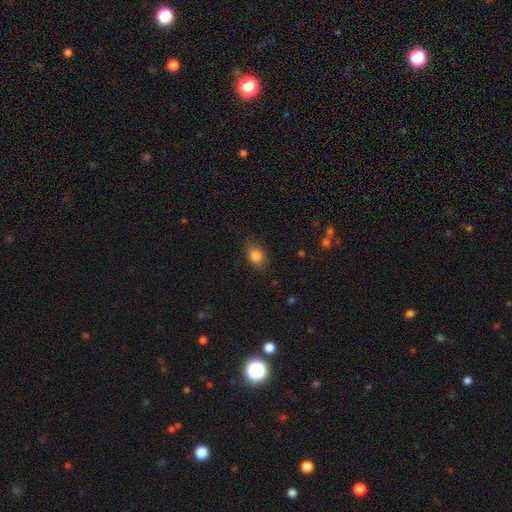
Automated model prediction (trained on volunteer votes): A smooth galaxy with no disk features (80%) that is in between round and cigar-shaped (76%).

Vote fractions:
- Smooth or featured? smooth: 80% / featured or disk: 11% / star or artifact: 9%
- How rounded? in between: 76% / round: 21% / cigar-shaped: 3%
- Merging? none: 78% / minor disturbance: 17% / major disturbance: 4% / merger: 1%